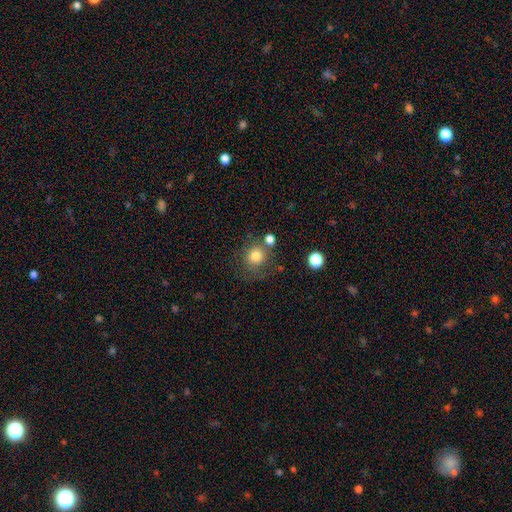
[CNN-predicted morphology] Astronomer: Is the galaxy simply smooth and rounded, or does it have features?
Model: smooth — 79%.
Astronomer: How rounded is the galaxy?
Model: round — 86%.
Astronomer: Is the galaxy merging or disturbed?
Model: none — 66%.